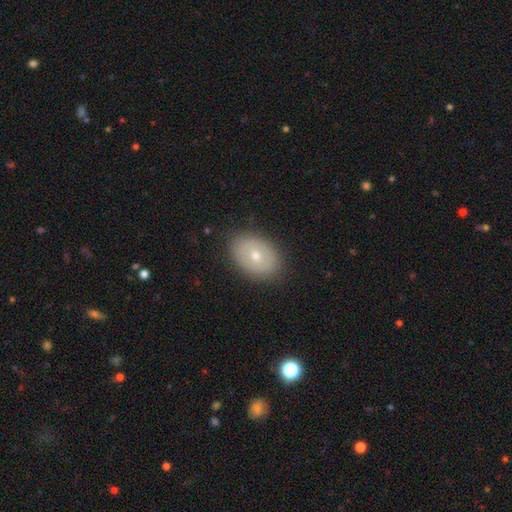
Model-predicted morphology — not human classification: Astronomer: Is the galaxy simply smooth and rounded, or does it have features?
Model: smooth — 60%.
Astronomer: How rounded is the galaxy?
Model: in between — 75%.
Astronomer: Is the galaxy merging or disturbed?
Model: none — 85%.